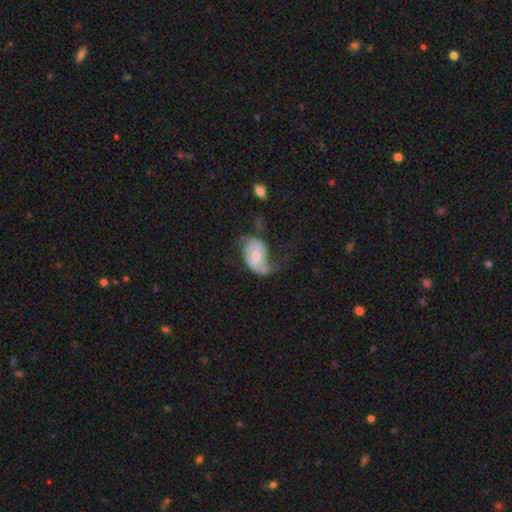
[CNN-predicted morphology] Q: Smooth or featured?
A: featured or disk (71%); runner-up: smooth (23%)
Q: Edge-on disk?
A: no (96%); runner-up: yes (4%)
Q: Bar?
A: no (64%); runner-up: weak (27%)
Q: Spiral arms?
A: yes (81%); runner-up: no (19%)
Q: Spiral winding?
A: loose (54%); runner-up: medium (32%)
Q: Spiral arm count?
A: 2 (70%); runner-up: 1 (18%)
Q: Bulge size?
A: moderate (63%); runner-up: small (31%)
Q: Merging?
A: major disturbance (37%); runner-up: none (34%)